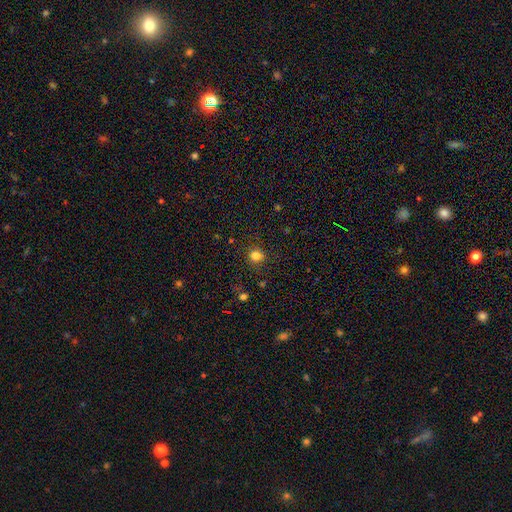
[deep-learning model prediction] Morphology: type=smooth (81%); roundness=round (84%); merging=none (86%).